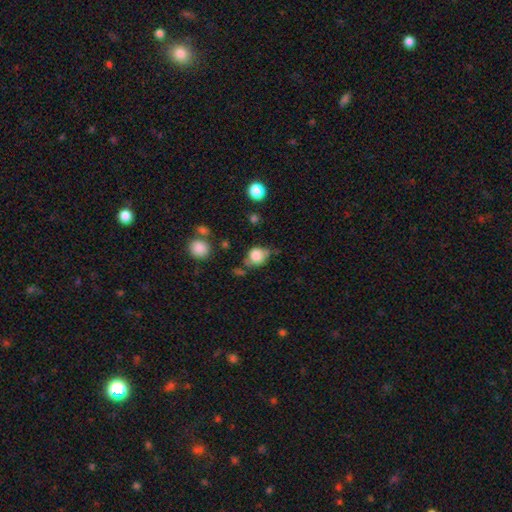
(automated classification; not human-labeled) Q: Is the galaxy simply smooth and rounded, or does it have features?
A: smooth — 78%.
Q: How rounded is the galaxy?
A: round — 68%.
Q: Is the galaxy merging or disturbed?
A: none — 48%.